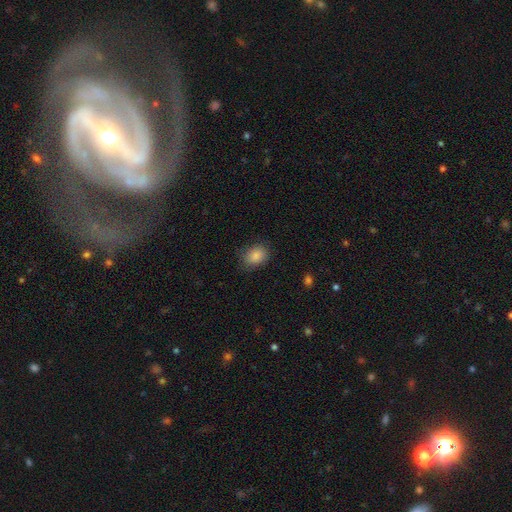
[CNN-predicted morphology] Q: Smooth or featured?
A: smooth (86%); runner-up: star or artifact (9%)
Q: How rounded?
A: in between (62%); runner-up: round (37%)
Q: Merging?
A: none (76%); runner-up: minor disturbance (18%)